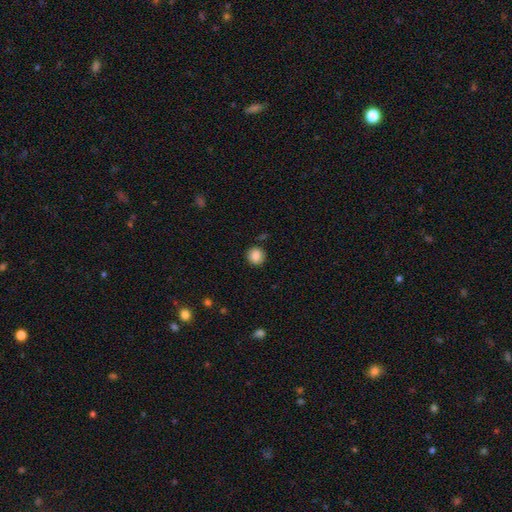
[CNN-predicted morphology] smooth-or-featured: smooth: 86% | star or artifact: 9% | featured or disk: 5%
  how-rounded: round: 92% | in between: 7% | cigar-shaped: 1%
  merging: none: 88% | minor disturbance: 8% | merger: 2% | major disturbance: 2%